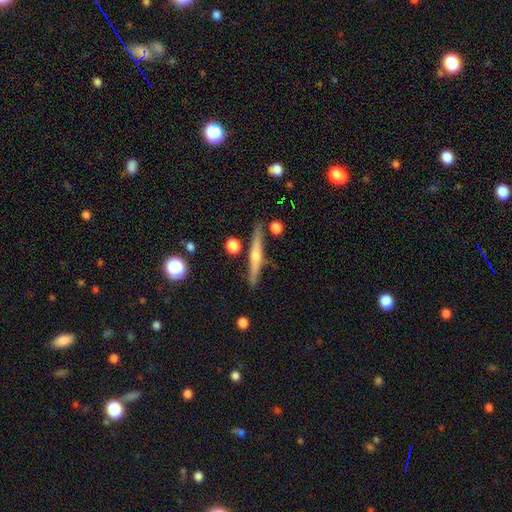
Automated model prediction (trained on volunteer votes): Smooth or featured?
  - featured or disk: 67% *
  - smooth: 27%
  - star or artifact: 7%
Edge-on disk?
  - yes: 97% *
  - no: 3%
Edge-on bulge?
  - rounded: 87% *
  - none: 9%
  - boxy: 4%
Merging?
  - none: 87% *
  - minor disturbance: 8%
  - merger: 3%
  - major disturbance: 2%